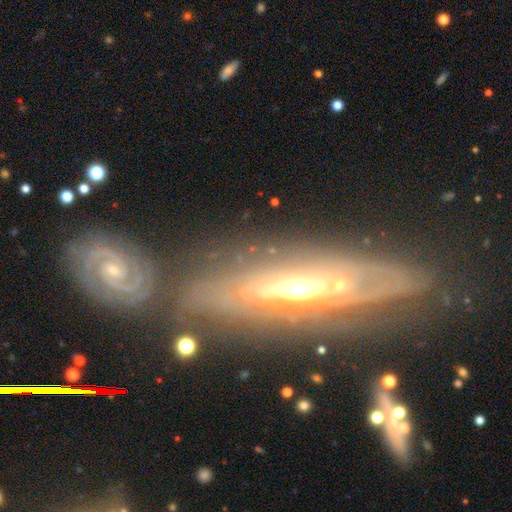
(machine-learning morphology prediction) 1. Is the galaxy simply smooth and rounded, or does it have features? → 78% featured or disk, 14% smooth, 8% star or artifact.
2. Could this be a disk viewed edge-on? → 57% no, 43% yes.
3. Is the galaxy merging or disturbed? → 53% none, 18% minor disturbance, 18% merger, 12% major disturbance.